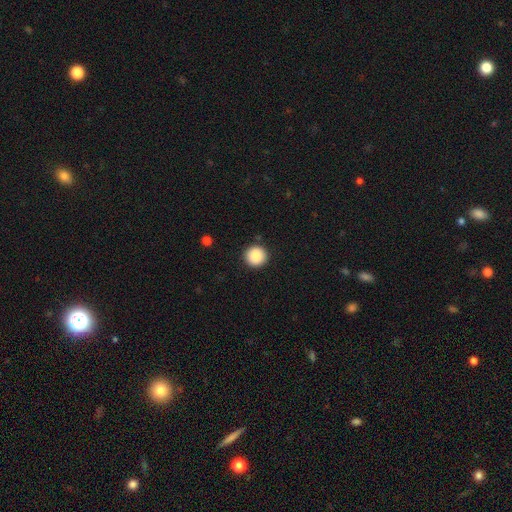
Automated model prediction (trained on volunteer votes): This appears to be a smooth galaxy with no disk features (88%) that is round (94%). Merging: none (90%).